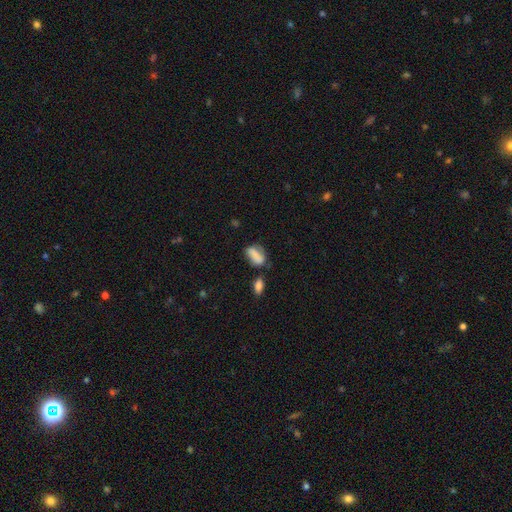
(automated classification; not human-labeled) A smooth galaxy with no disk features (78%) that is in between round and cigar-shaped (81%). Merging: none (46%).